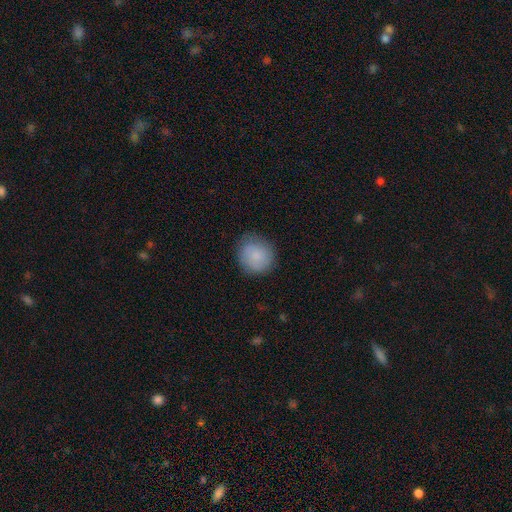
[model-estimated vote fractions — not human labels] Smooth or featured? smooth (84%)
How rounded? round (87%)
Merging? none (78%)